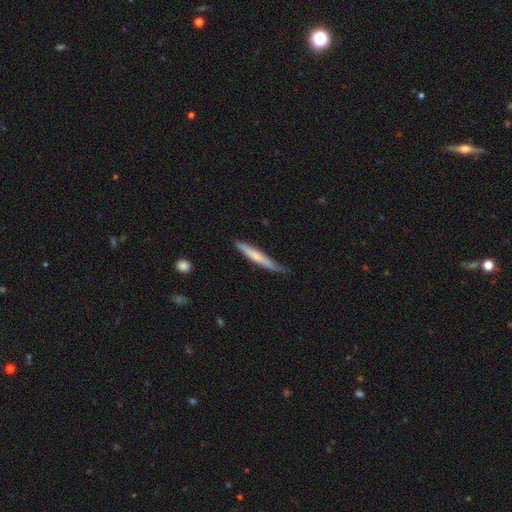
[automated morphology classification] type=smooth (57%); roundness=cigar-shaped (94%); merging=none (61%).